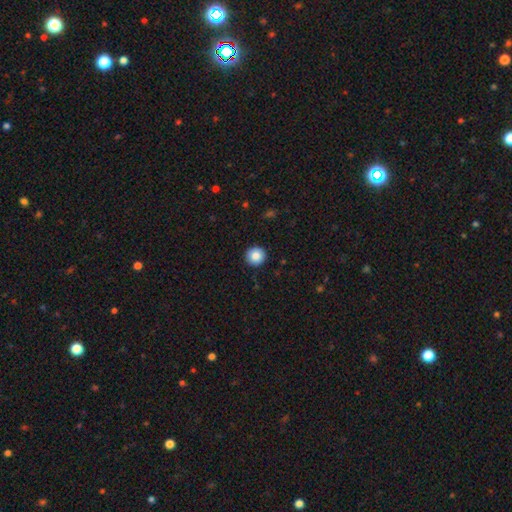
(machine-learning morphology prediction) Smooth or featured? Predicted: smooth (p=0.86). How rounded? Predicted: round (p=0.95). Merging? Predicted: none (p=0.92).